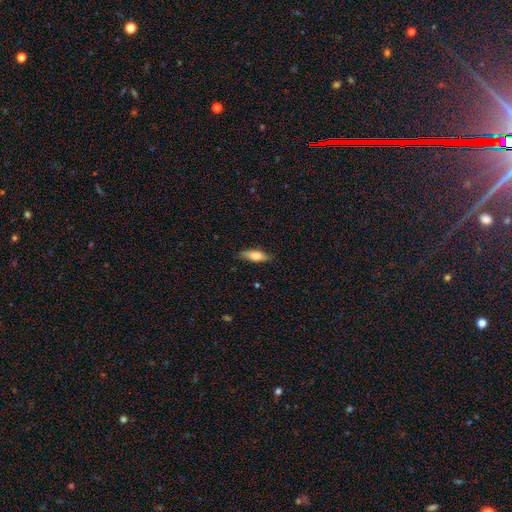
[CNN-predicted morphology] A smooth galaxy with no disk features (71%) that is in between round and cigar-shaped (59%). Merging: none (82%).